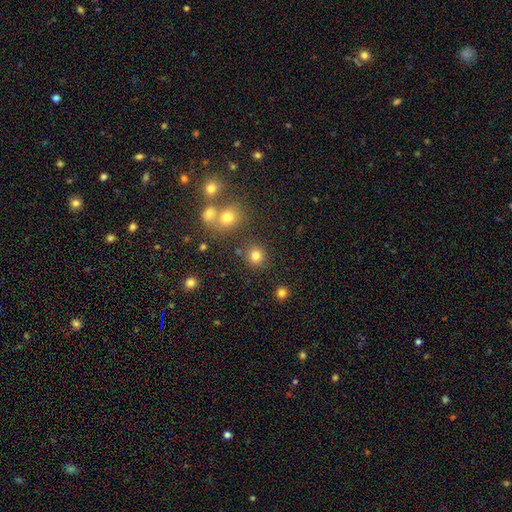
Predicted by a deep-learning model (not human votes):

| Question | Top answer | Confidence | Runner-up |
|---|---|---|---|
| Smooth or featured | smooth | 79% | star or artifact (15%) |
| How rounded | round | 90% | in between (9%) |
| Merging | none | 80% | merger (9%) |